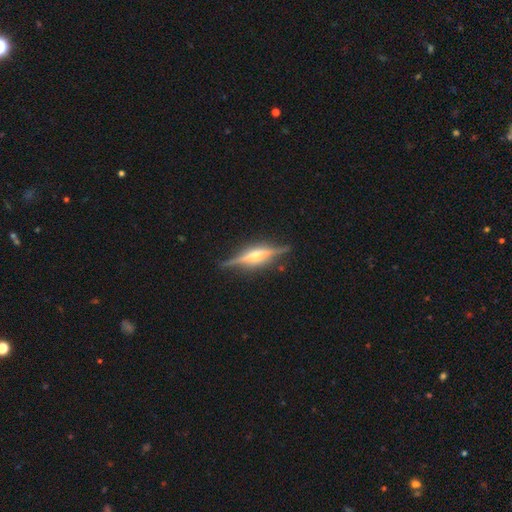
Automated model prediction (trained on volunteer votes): A featured or disk galaxy (83%) viewed edge-on (97%) with a rounded central bulge (78%). Merging: none (85%).